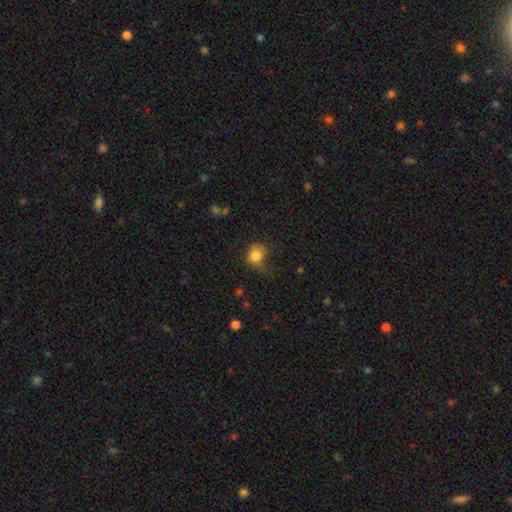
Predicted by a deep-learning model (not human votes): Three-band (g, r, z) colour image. It shows a smooth galaxy with no disk features (81%) that is round (74%). Merging: none (48%).